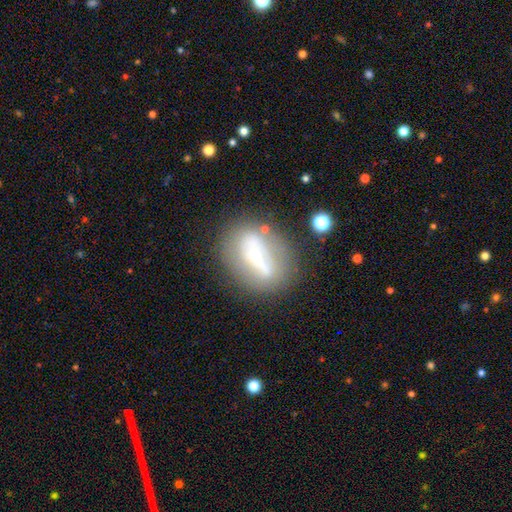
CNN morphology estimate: A featured or disk galaxy (51%).

Vote fractions:
- Smooth or featured? featured or disk: 51% / smooth: 39% / star or artifact: 10%
- Edge-on disk? no: 83% / yes: 17%
- Merging? none: 62% / minor disturbance: 19% / major disturbance: 11% / merger: 9%